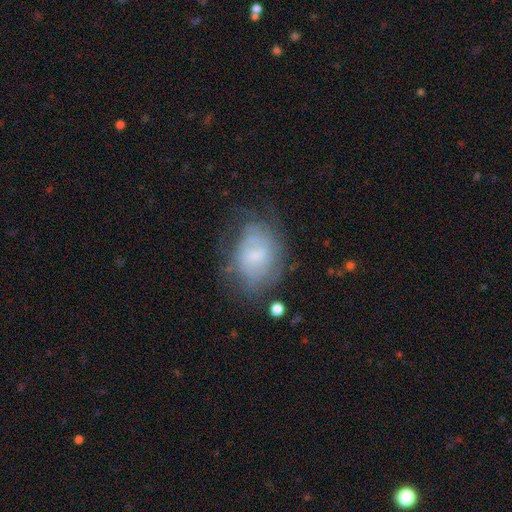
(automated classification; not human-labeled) Smooth or featured?
  - smooth: 46% *
  - featured or disk: 44%
  - star or artifact: 10%
Merging?
  - none: 52% *
  - minor disturbance: 26%
  - major disturbance: 19%
  - merger: 3%